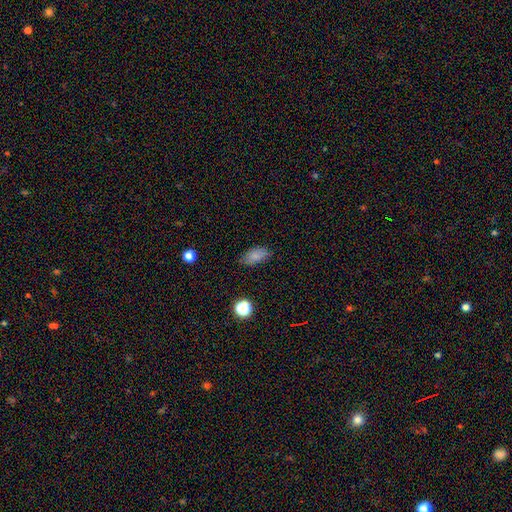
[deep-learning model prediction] Smooth or featured?
  - smooth: 81% *
  - star or artifact: 11%
  - featured or disk: 8%
How rounded?
  - in between: 90% *
  - round: 5%
  - cigar-shaped: 5%
Merging?
  - none: 79% *
  - minor disturbance: 17%
  - major disturbance: 3%
  - merger: 1%